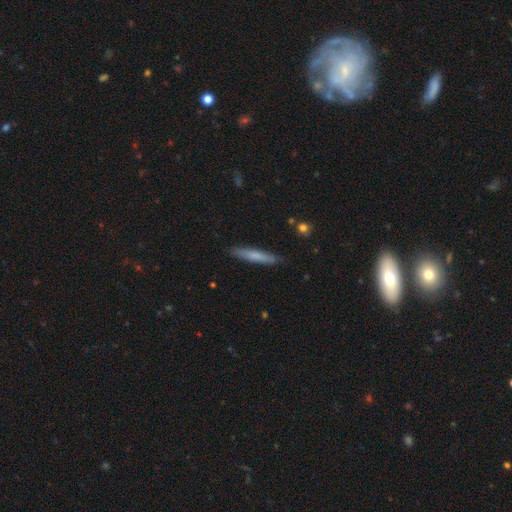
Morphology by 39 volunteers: Q: Smooth or featured?
A: smooth (74%); runner-up: featured or disk (21%)
Q: How rounded?
A: cigar-shaped (93%); runner-up: round (3%)
Q: Merging?
A: none (84%); runner-up: minor disturbance (11%)